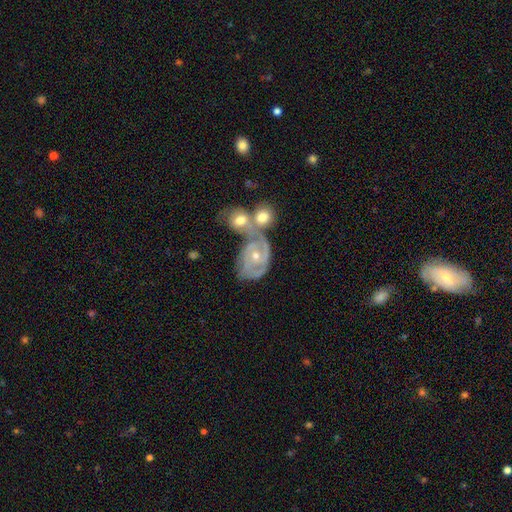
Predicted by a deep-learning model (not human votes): Overall: featured or disk (82%). Edge-on disk: no (97%). Bar: no (70%). Spiral arms: yes (93%). Spiral arm count: 2 (41%; can't tell 25%). Spiral winding: tight (64%; medium 29%). Bulge size: small (50%; moderate 46%). Merging: merger (46%; none 29%).